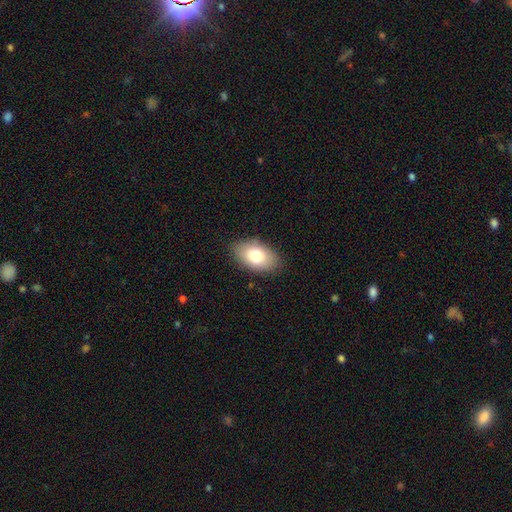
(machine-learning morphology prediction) Smooth or featured? Predicted: smooth (p=0.78). How rounded? Predicted: in between (p=0.92). Merging? Predicted: none (p=0.84).